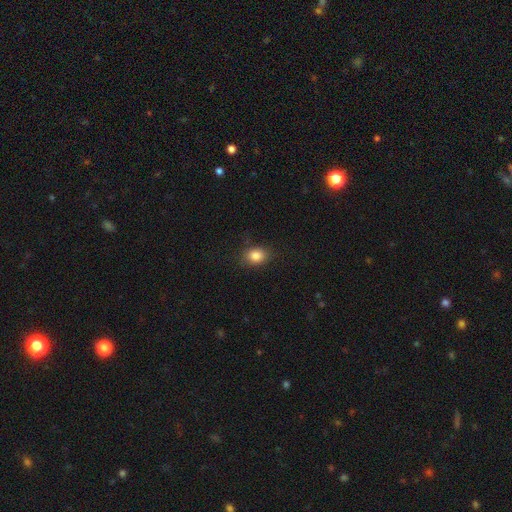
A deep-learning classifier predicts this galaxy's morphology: smooth-or-featured: smooth: 84% | star or artifact: 10% | featured or disk: 6%
  how-rounded: in between: 59% | round: 40% | cigar-shaped: 1%
  merging: none: 81% | minor disturbance: 14% | major disturbance: 4% | merger: 1%